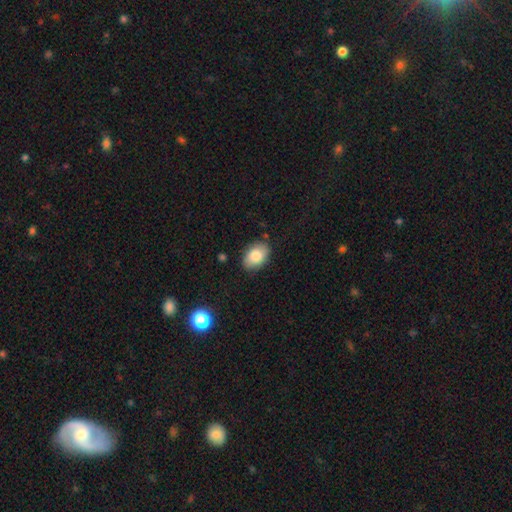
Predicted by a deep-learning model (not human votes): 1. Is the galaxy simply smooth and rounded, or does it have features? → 83% smooth, 11% featured or disk, 7% star or artifact.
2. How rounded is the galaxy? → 86% in between, 13% round, 1% cigar-shaped.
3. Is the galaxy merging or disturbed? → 82% none, 14% minor disturbance, 3% major disturbance, 2% merger.